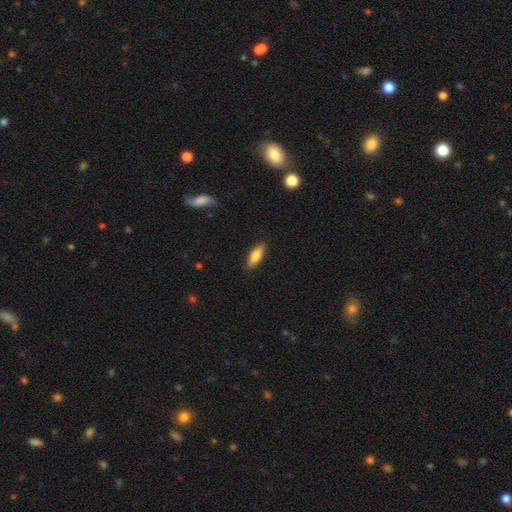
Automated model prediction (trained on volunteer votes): Overall: smooth (76%). How rounded: in between (60%; cigar-shaped 38%). Merging: none (88%).